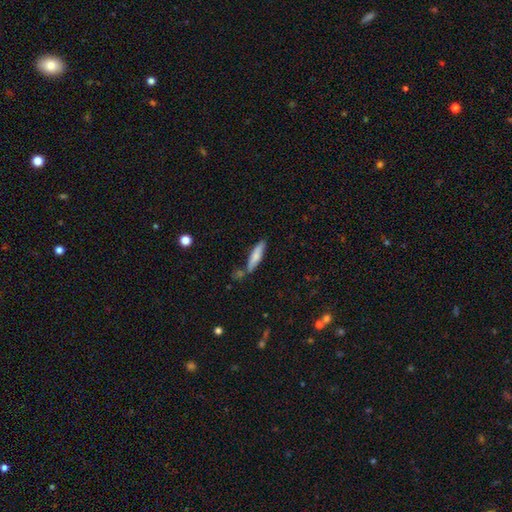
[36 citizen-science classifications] smooth-or-featured: smooth: 75% | featured or disk: 22% | star or artifact: 3%
  how-rounded: cigar-shaped: 85% | in between: 11% | round: 4%
  merging: none: 83% | minor disturbance: 6% | major disturbance: 6% | merger: 6%